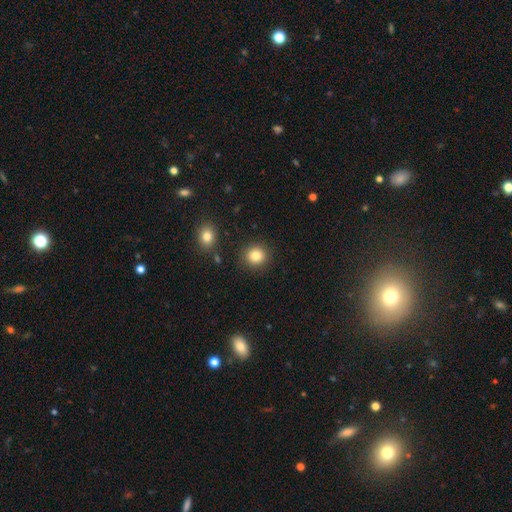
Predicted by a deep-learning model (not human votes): A smooth galaxy with no disk features (85%) that is round (88%).

Vote fractions:
- Smooth or featured? smooth: 85% / star or artifact: 10% / featured or disk: 5%
- How rounded? round: 88% / in between: 11% / cigar-shaped: 1%
- Merging? none: 88% / minor disturbance: 6% / major disturbance: 3% / merger: 2%